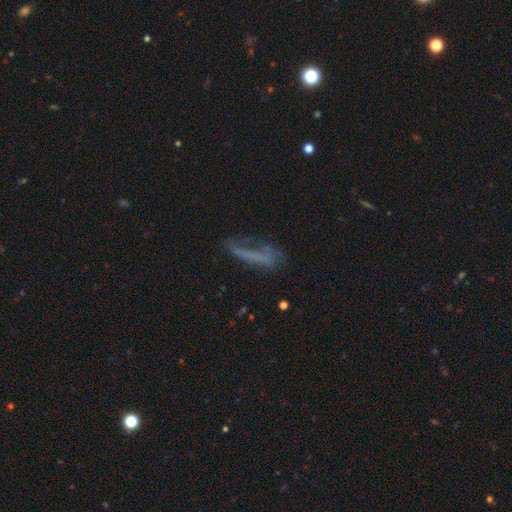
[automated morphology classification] This is possibly a smooth galaxy (46%). Merging: marginally none (40%).